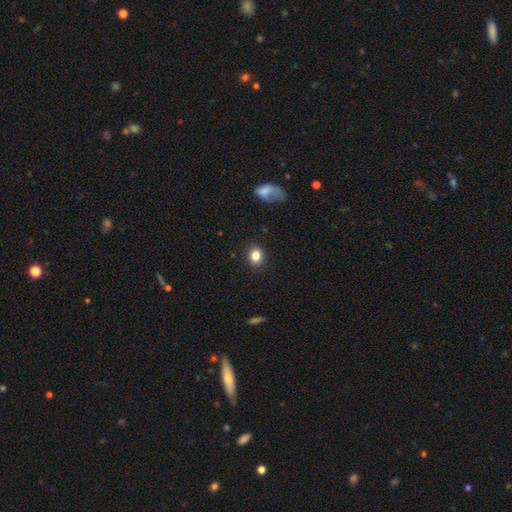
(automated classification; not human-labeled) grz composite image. It shows a smooth galaxy with no disk features (83%) that is round (61%). Merging: none (89%).